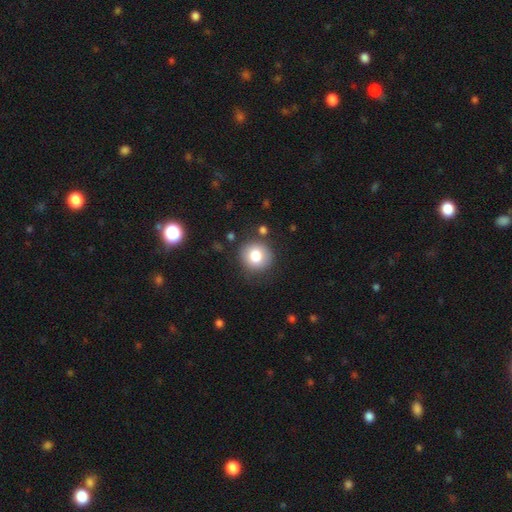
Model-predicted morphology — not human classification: A smooth galaxy with no disk features (80%) that is round (91%). Merging: none (84%).